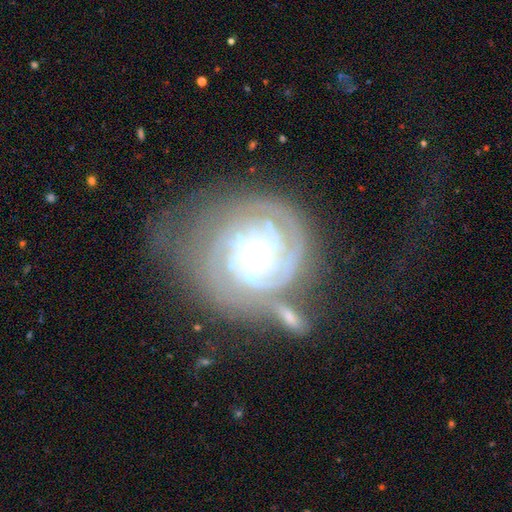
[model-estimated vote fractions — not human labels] smooth_or_featured: featured or disk (p=0.85) [alt: smooth p=0.09]
disk_edge_on: no (p=0.97) [alt: yes p=0.03]
bar: no (p=0.68) [alt: weak p=0.21]
has_spiral_arms: yes (p=0.92) [alt: no p=0.08]
spiral_winding: tight (p=0.75) [alt: medium p=0.19]
spiral_arm_count: can't tell (p=0.30) [alt: 2 p=0.28]
bulge_size: moderate (p=0.51) [alt: large p=0.37]
merging: none (p=0.43) [alt: merger p=0.21]